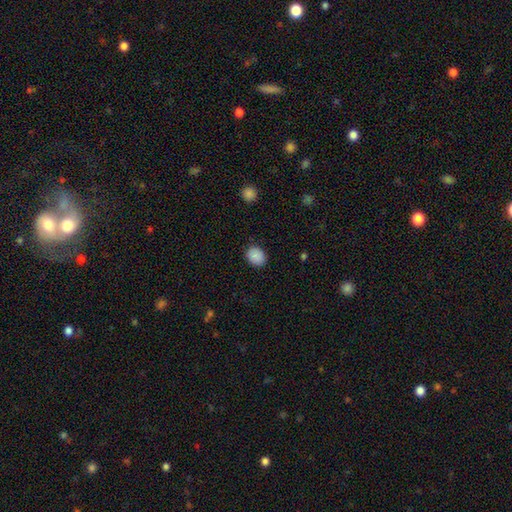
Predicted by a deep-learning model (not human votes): Smooth or featured? smooth (89%)
How rounded? round (51%)
Merging? none (87%)